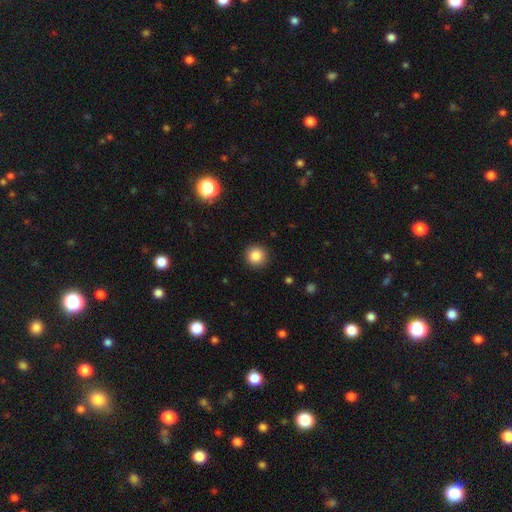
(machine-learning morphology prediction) The model was most divided on "smooth or featured": smooth: 85%, star or artifact: 11%, featured or disk: 5%. More confident: how rounded — round (95%); merging — none (92%).